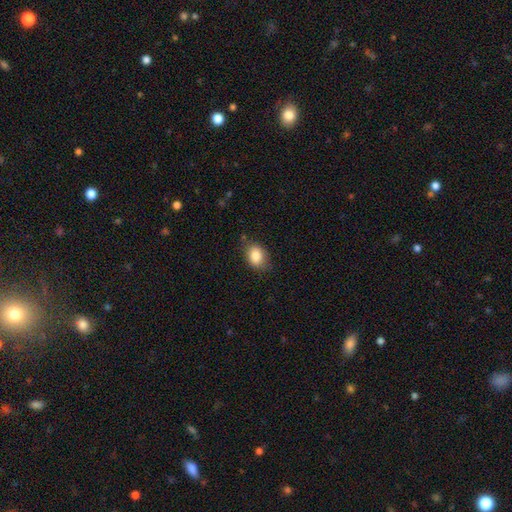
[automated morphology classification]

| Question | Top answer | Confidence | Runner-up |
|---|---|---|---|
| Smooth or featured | smooth | 83% | star or artifact (9%) |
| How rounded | in between | 66% | round (33%) |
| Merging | none | 76% | minor disturbance (19%) |